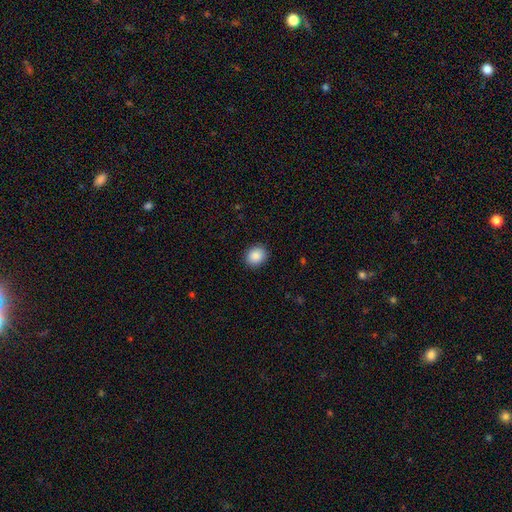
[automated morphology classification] A smooth galaxy with no disk features (88%) that is round (64%).

Vote fractions:
- Smooth or featured? smooth: 88% / star or artifact: 8% / featured or disk: 3%
- How rounded? round: 64% / in between: 35% / cigar-shaped: 1%
- Merging? none: 91% / minor disturbance: 6% / major disturbance: 2% / merger: 1%